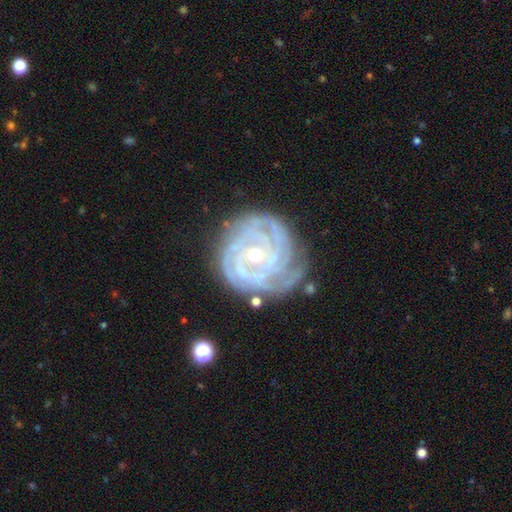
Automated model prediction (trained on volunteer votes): The model was most divided on "spiral arm count": 3: 24%, 4: 23%, can't tell: 21%, 2: 14%, more than 4: 11%, 1: 7%. Remaining: spiral arms — yes (98%); edge-on disk — no (98%); smooth or featured — featured or disk (90%); spiral winding — tight (85%); merging — none (72%); bar — no (67%); bulge size — small (49%).